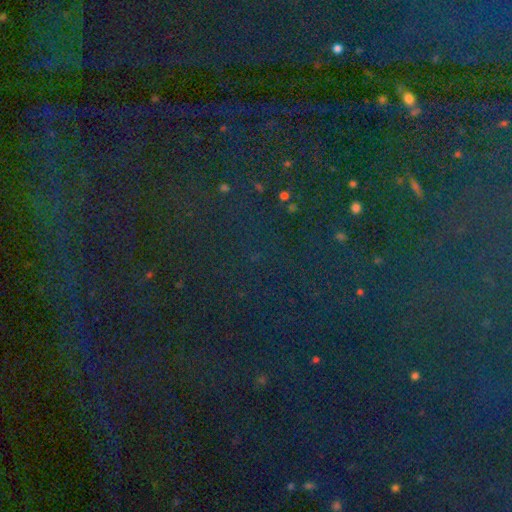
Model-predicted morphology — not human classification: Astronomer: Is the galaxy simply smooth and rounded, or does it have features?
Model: star or artifact — 83%.